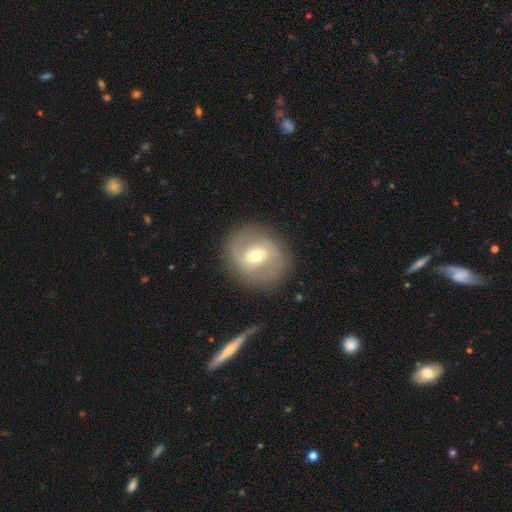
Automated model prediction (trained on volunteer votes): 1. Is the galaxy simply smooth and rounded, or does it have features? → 62% featured or disk, 30% smooth, 7% star or artifact.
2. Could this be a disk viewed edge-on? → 94% no, 6% yes.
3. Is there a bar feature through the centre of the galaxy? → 45% weak, 34% strong, 21% no.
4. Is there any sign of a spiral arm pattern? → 57% yes, 43% no.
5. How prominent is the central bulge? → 64% moderate, 28% small, 6% large, 1% dominant, 1% none.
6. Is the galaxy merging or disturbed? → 82% none, 11% minor disturbance, 5% major disturbance, 2% merger.